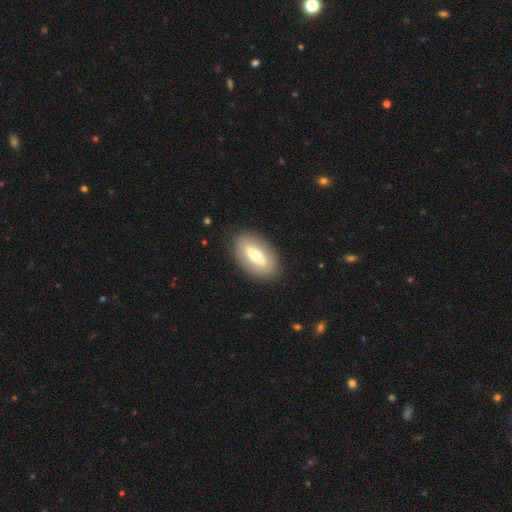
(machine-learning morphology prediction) smooth-or-featured: smooth: 50% | featured or disk: 44% | star or artifact: 6%
  merging: none: 87% | minor disturbance: 9% | major disturbance: 3% | merger: 1%